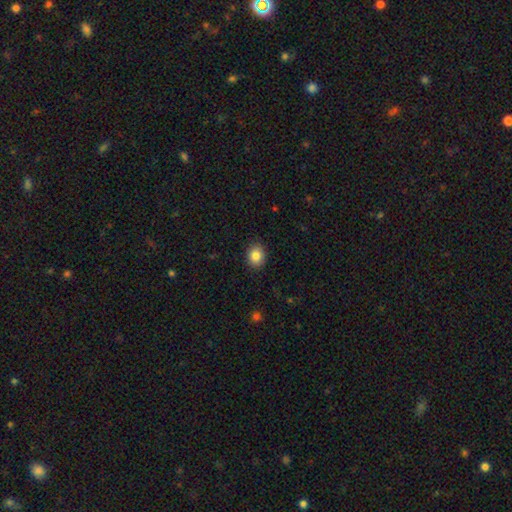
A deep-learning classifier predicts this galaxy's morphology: This is clearly a smooth galaxy (85%). How rounded: possibly round (59%). Merging: clearly none (89%).